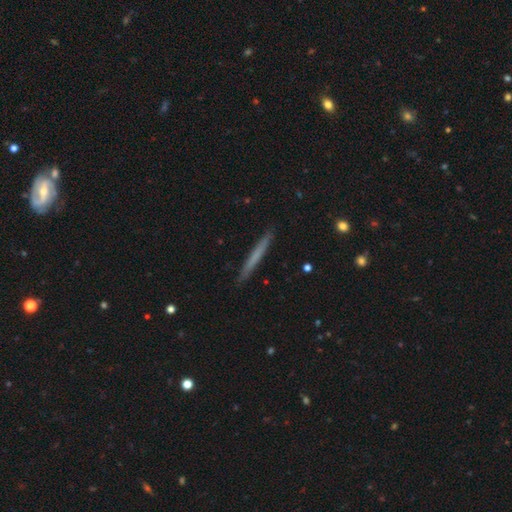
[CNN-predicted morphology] This is likely a smooth galaxy (61%). How rounded: clearly cigar-shaped (97%). Merging: clearly none (91%).